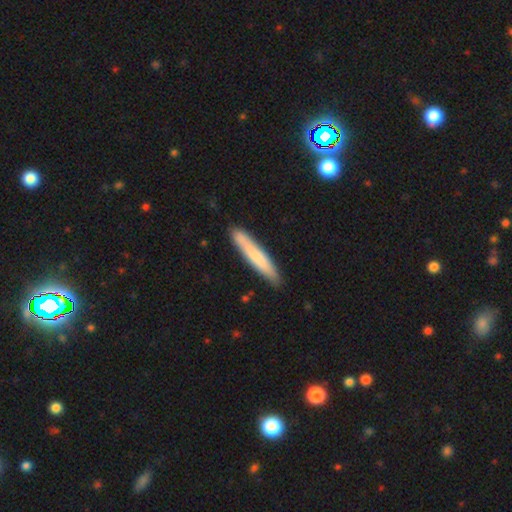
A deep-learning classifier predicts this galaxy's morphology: Smooth or featured? smooth (72%)
How rounded? cigar-shaped (93%)
Merging? none (86%)